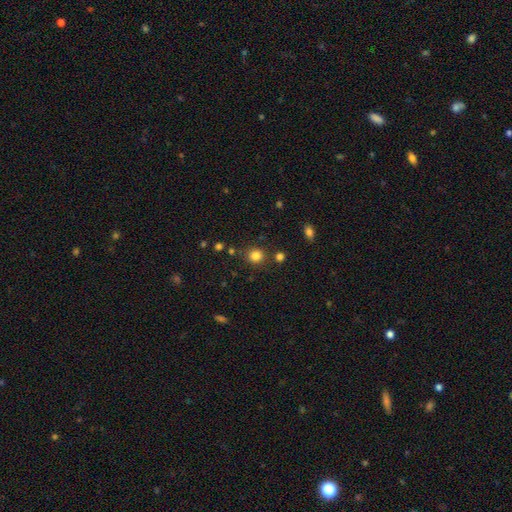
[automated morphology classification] Smooth or featured?
  - smooth: 82% *
  - star or artifact: 13%
  - featured or disk: 5%
How rounded?
  - round: 87% *
  - in between: 12%
  - cigar-shaped: 1%
Merging?
  - none: 83% *
  - minor disturbance: 8%
  - merger: 5%
  - major disturbance: 3%